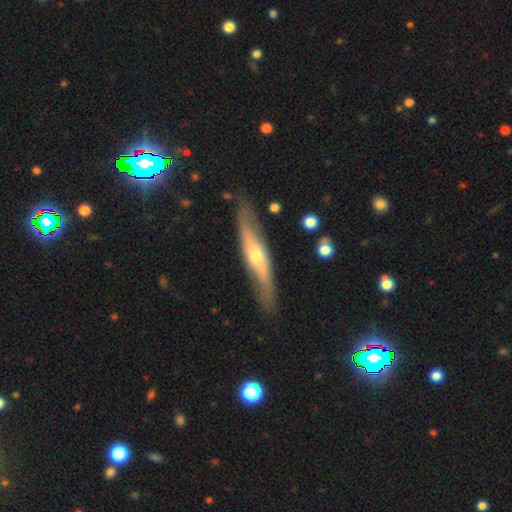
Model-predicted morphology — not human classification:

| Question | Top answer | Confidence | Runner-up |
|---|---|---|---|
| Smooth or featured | featured or disk | 62% | smooth (33%) |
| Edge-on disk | yes | 71% | no (29%) |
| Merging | none | 82% | minor disturbance (13%) |